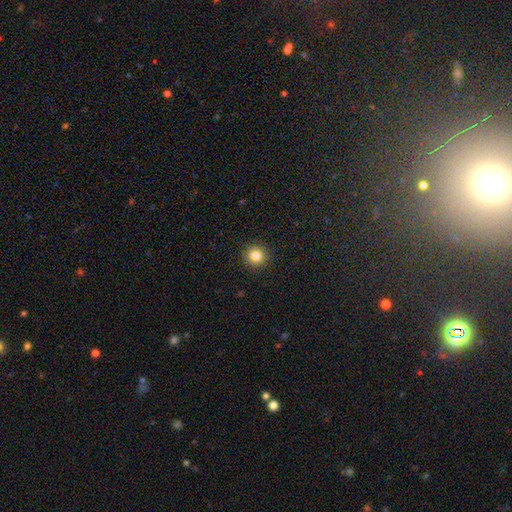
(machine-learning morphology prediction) This is clearly a smooth galaxy (83%). How rounded: clearly round (95%). Merging: clearly none (93%).